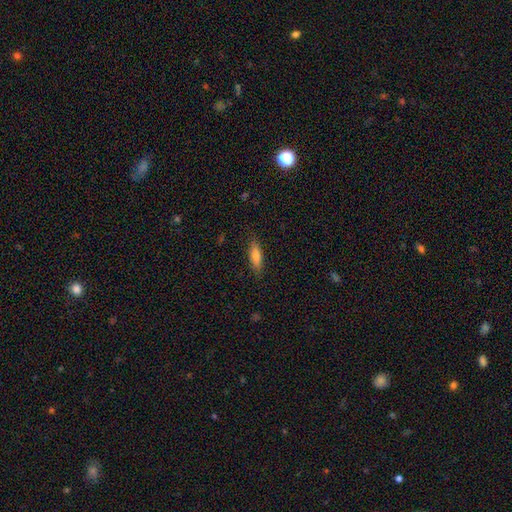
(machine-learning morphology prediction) Smooth or featured? smooth (75%)
How rounded? cigar-shaped (55%)
Merging? none (85%)